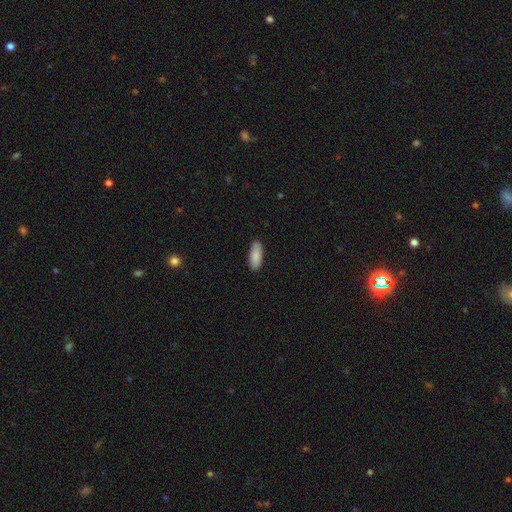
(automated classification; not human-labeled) smooth-or-featured: smooth: 89% | star or artifact: 6% | featured or disk: 5%
  how-rounded: in between: 78% | cigar-shaped: 20% | round: 2%
  merging: none: 89% | minor disturbance: 8% | major disturbance: 2% | merger: 1%